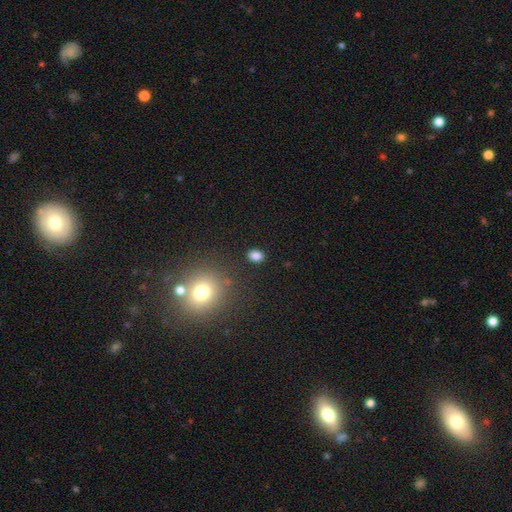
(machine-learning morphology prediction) type=smooth (82%); roundness=in between (68%); merging=none (86%).